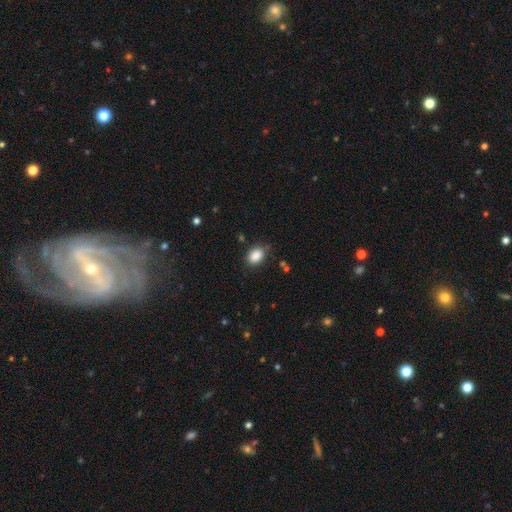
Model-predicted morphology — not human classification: A smooth galaxy with no disk features (88%) that is in between round and cigar-shaped (70%).

Vote fractions:
- Smooth or featured? smooth: 88% / star or artifact: 9% / featured or disk: 4%
- How rounded? in between: 70% / round: 29% / cigar-shaped: 1%
- Merging? none: 81% / minor disturbance: 14% / major disturbance: 4% / merger: 2%